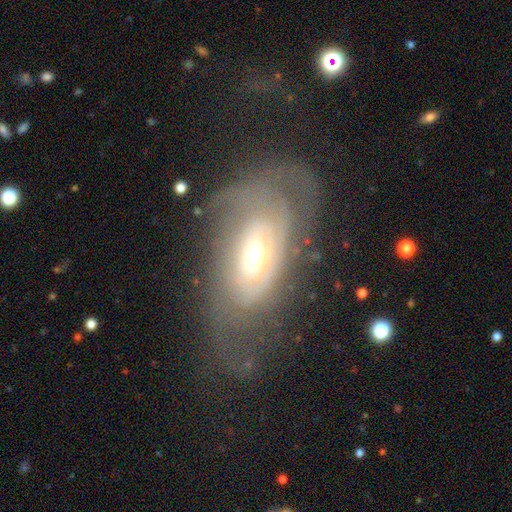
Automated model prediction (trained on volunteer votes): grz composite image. It shows a featured or disk galaxy (73%) with no bar (61%), spiral arms (73%) and a moderate central bulge (61%). Merging: none (46%).